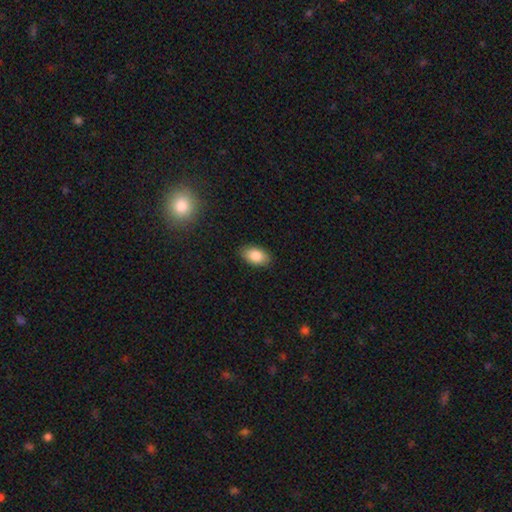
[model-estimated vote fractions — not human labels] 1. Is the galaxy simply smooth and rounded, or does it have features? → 85% smooth, 8% featured or disk, 7% star or artifact.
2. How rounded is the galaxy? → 93% in between, 6% round, 2% cigar-shaped.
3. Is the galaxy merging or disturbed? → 87% none, 10% minor disturbance, 2% major disturbance, 1% merger.